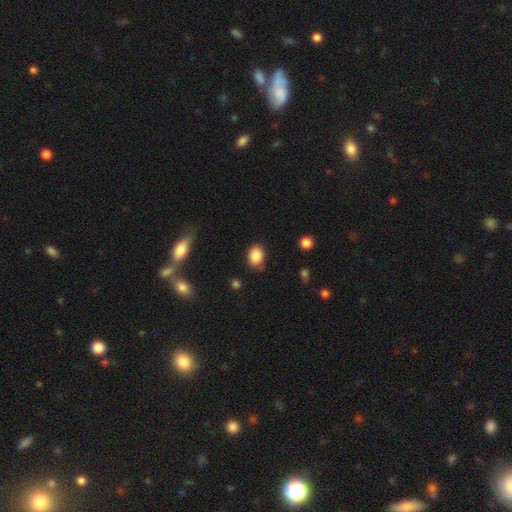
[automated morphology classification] Smooth or featured: smooth — 86% (star or artifact — 9%)
How rounded: in between — 61% (round — 38%)
Merging: none — 71% (minor disturbance — 22%)